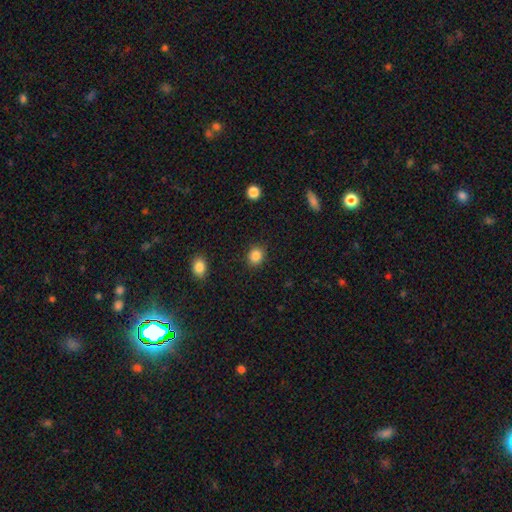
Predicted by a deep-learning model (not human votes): A smooth galaxy with no disk features (86%) that is round (68%).

Vote fractions:
- Smooth or featured? smooth: 86% / star or artifact: 10% / featured or disk: 4%
- How rounded? round: 68% / in between: 31% / cigar-shaped: 1%
- Merging? none: 89% / minor disturbance: 7% / major disturbance: 2% / merger: 1%